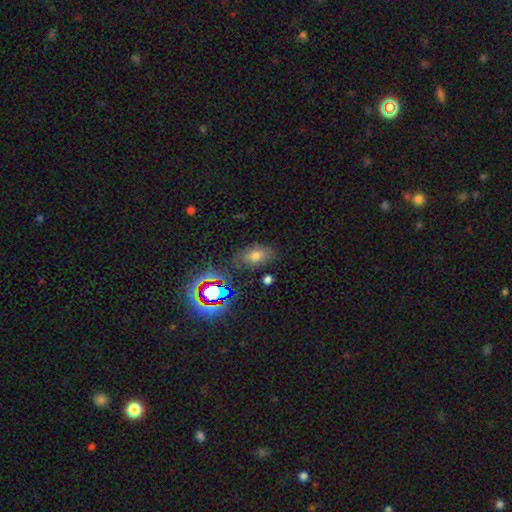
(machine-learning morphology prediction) Smooth or featured? Predicted: smooth (p=0.61). How rounded? Predicted: in between (p=0.85). Merging? Predicted: none (p=0.76).